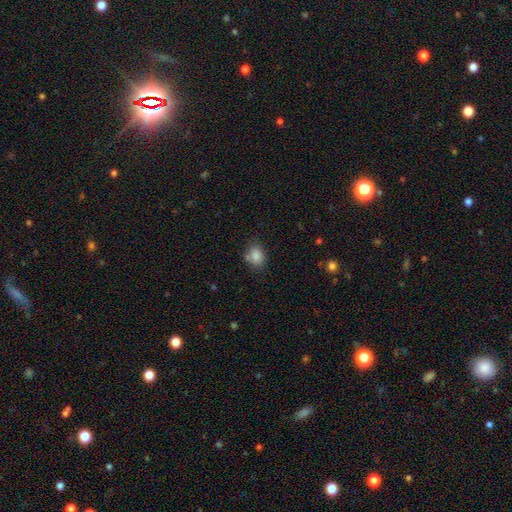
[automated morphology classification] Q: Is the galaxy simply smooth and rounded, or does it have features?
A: smooth — 84%.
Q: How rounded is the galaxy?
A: in between — 66%.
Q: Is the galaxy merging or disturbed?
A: none — 69%.